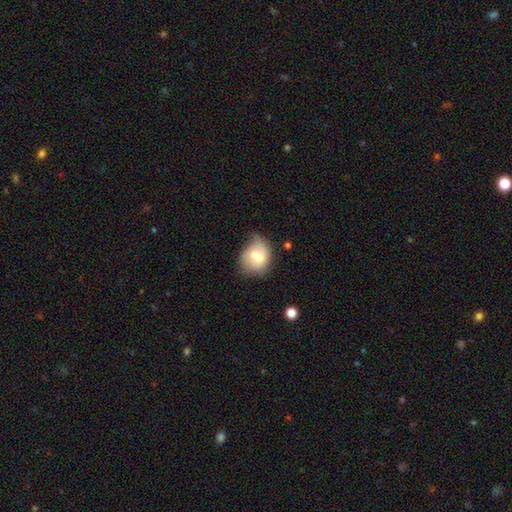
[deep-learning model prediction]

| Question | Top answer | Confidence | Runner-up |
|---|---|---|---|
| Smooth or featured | smooth | 66% | featured or disk (25%) |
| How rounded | round | 58% | in between (41%) |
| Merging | none | 55% | minor disturbance (31%) |